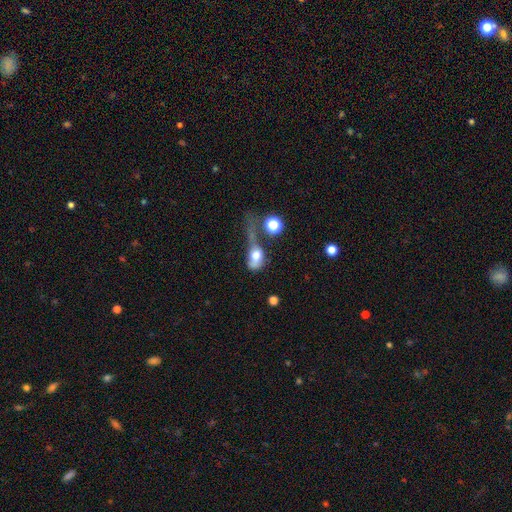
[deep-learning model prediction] A smooth galaxy with no disk features (61%) that is in between round and cigar-shaped (63%).

Vote fractions:
- Smooth or featured? smooth: 61% / featured or disk: 28% / star or artifact: 11%
- How rounded? in between: 63% / round: 32% / cigar-shaped: 5%
- Merging? major disturbance: 52% / merger: 22% / minor disturbance: 13% / none: 13%